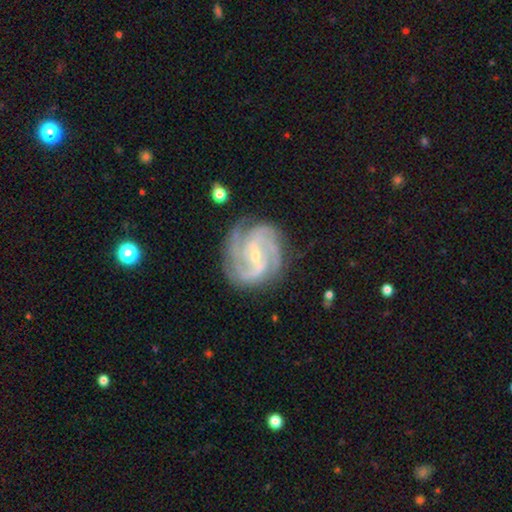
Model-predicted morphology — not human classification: A featured or disk galaxy (92%) with a weak bar (45%), 3 (36%) tight (57%) spiral arms (98%) and a small central bulge (73%). Merging: none (78%).